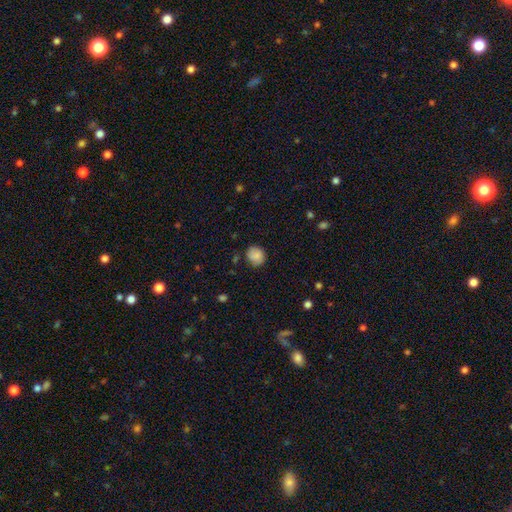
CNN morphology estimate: The model was most divided on "how rounded": round: 77%, in between: 22%, cigar-shaped: 1%. More confident: smooth or featured — smooth (83%); merging — none (76%).